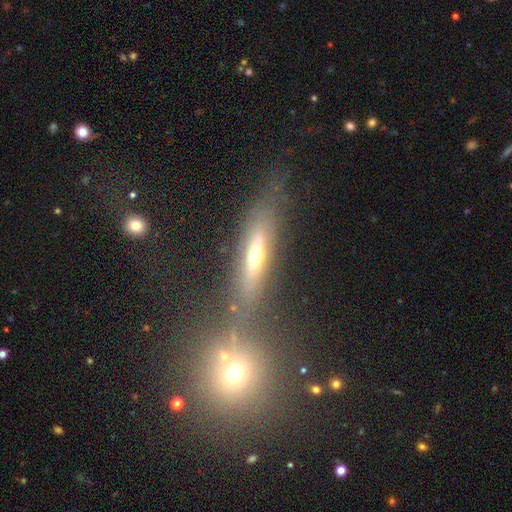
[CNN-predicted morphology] smooth-or-featured: featured or disk: 52% | smooth: 33% | star or artifact: 15%
  disk-edge-on: yes: 72% | no: 28%
  merging: none: 65% | minor disturbance: 15% | merger: 12% | major disturbance: 8%